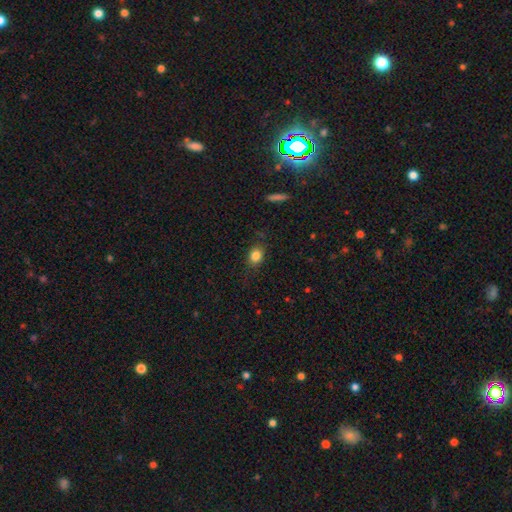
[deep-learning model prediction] Smooth or featured: smooth — 83% (star or artifact — 10%)
How rounded: in between — 53% (round — 45%)
Merging: none — 80% (minor disturbance — 15%)